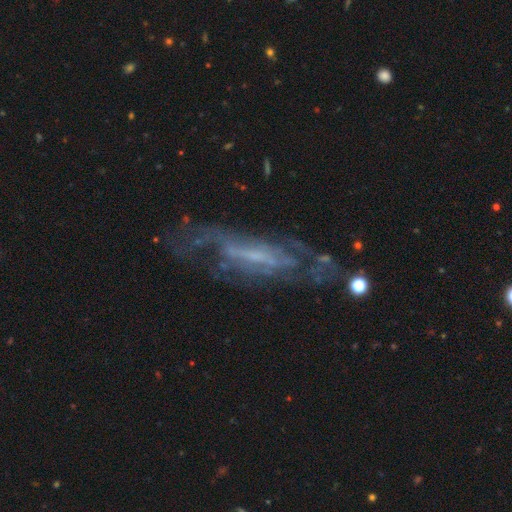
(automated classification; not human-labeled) featured or disk 77%, smooth 13%, star or artifact 10%. Down the decision tree: edge-on disk — no (73%); bar — weak (40%); spiral arms — yes (74%); bulge size — small (51%); merging — none (60%).